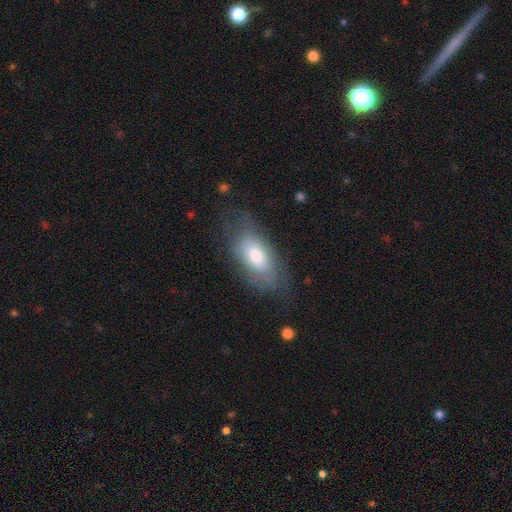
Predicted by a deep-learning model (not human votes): A smooth galaxy with no disk features (57%) that is in between round and cigar-shaped (89%). Merging: none (60%).